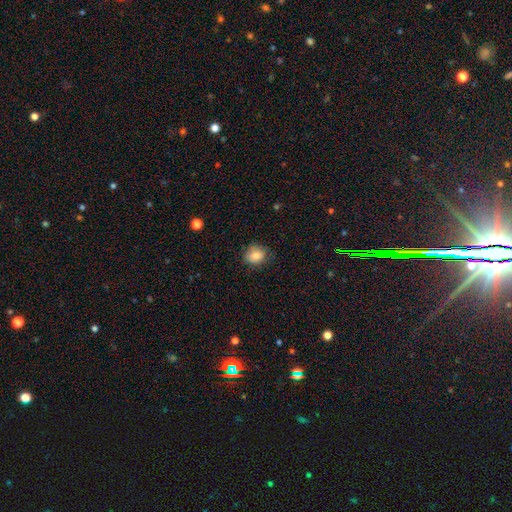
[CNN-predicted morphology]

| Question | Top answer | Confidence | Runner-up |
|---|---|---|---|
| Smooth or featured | smooth | 82% | star or artifact (9%) |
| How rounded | round | 62% | in between (38%) |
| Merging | none | 73% | minor disturbance (21%) |